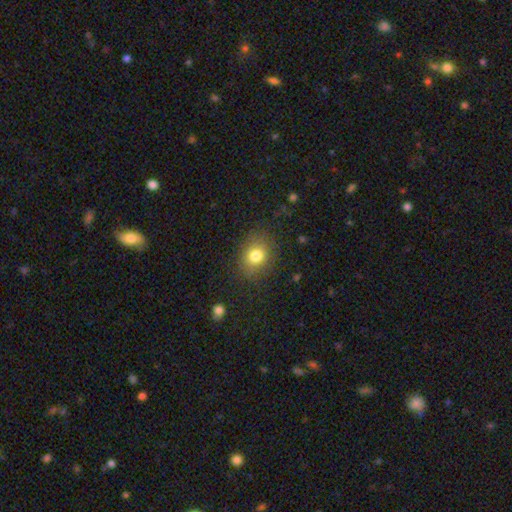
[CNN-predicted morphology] type=smooth (79%); roundness=round (56%); merging=none (83%).